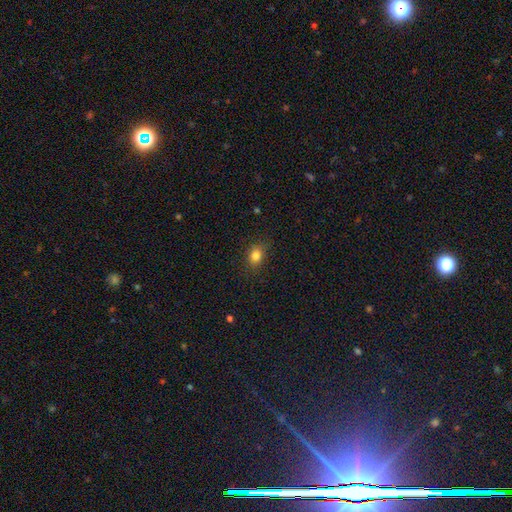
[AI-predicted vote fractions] A smooth galaxy with no disk features (82%) that is in between round and cigar-shaped (51%). Merging: none (84%).